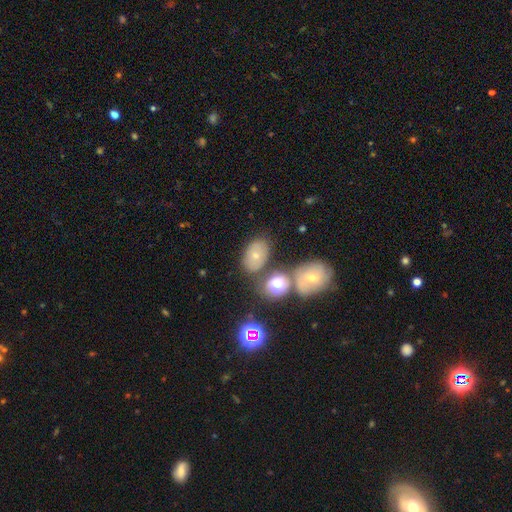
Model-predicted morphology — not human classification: This appears to be a smooth galaxy with no disk features (64%) that is in between round and cigar-shaped (78%). Merging: none (61%).